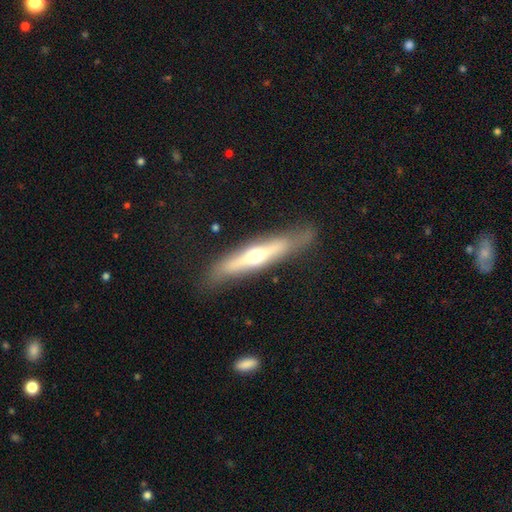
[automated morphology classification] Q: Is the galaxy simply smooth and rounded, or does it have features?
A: featured or disk — 62%.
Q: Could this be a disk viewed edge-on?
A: yes — 85%.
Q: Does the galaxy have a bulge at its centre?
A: rounded — 87%.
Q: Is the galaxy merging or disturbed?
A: none — 78%.